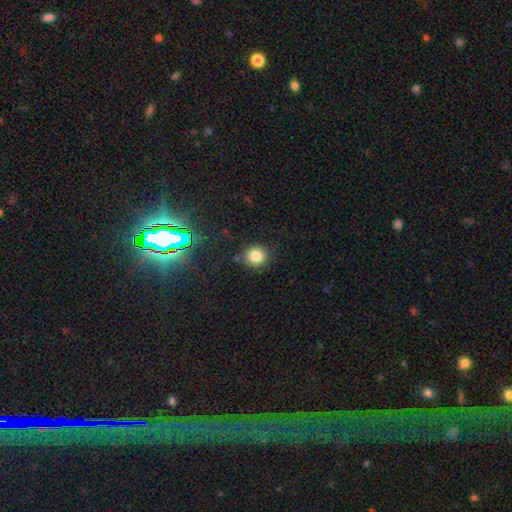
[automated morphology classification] Overall: smooth (80%). How rounded: round (90%). Merging: none (86%).